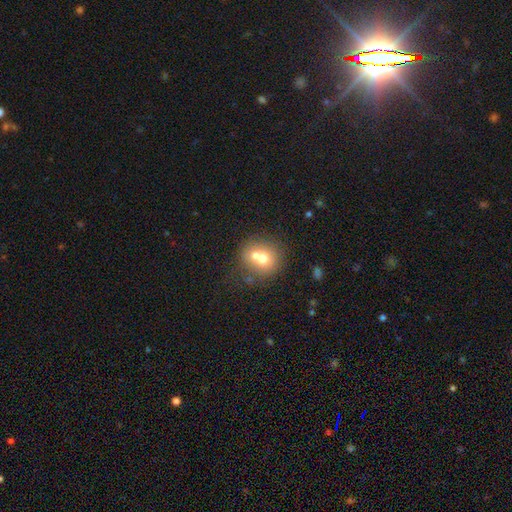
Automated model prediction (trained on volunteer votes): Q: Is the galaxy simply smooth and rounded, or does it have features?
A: smooth — 66%.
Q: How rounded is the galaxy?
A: round — 77%.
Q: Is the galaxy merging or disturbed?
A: merger — 51%.